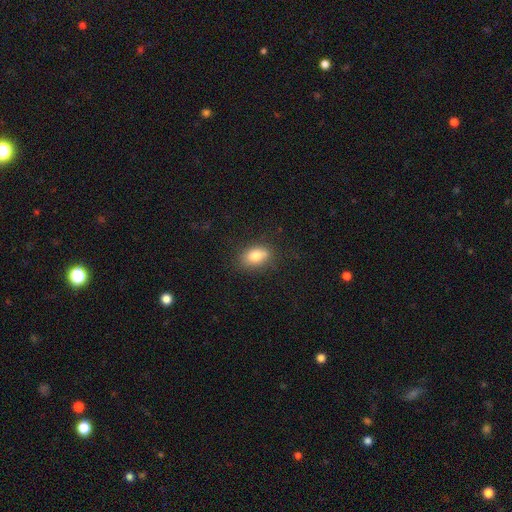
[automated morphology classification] A smooth galaxy with no disk features (79%) that is in between round and cigar-shaped (80%).

Vote fractions:
- Smooth or featured? smooth: 79% / featured or disk: 11% / star or artifact: 10%
- How rounded? in between: 80% / round: 18% / cigar-shaped: 2%
- Merging? none: 70% / minor disturbance: 20% / merger: 5% / major disturbance: 5%